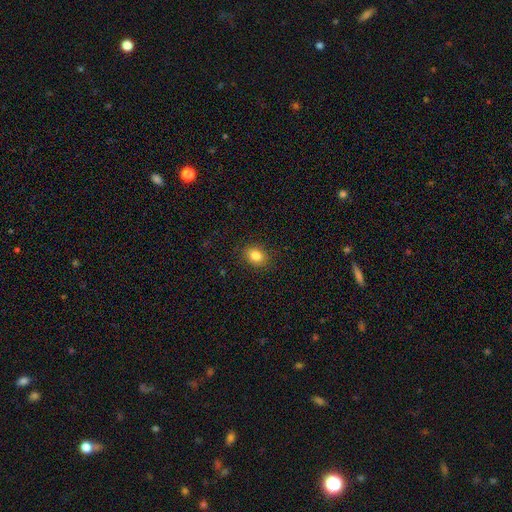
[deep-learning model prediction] The model was most divided on "how rounded": in between: 58%, round: 41%, cigar-shaped: 1%. More confident: merging — none (89%); smooth or featured — smooth (84%).